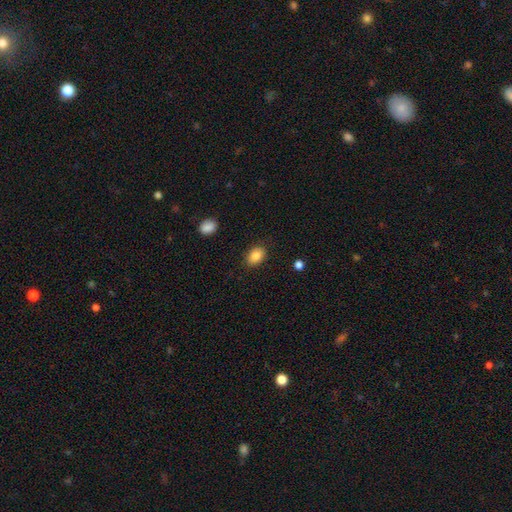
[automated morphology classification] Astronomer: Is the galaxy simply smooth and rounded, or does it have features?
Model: smooth — 87%.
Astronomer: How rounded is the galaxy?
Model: in between — 83%.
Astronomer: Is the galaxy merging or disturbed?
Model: none — 86%.